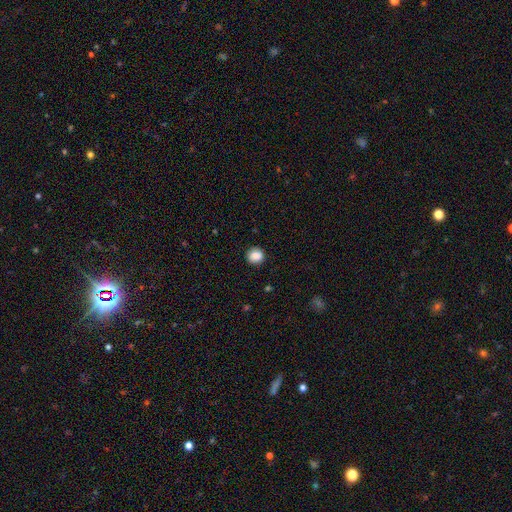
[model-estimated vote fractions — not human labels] Smooth or featured: smooth — 87% (star or artifact — 9%)
How rounded: round — 89% (in between — 10%)
Merging: none — 88% (minor disturbance — 8%)